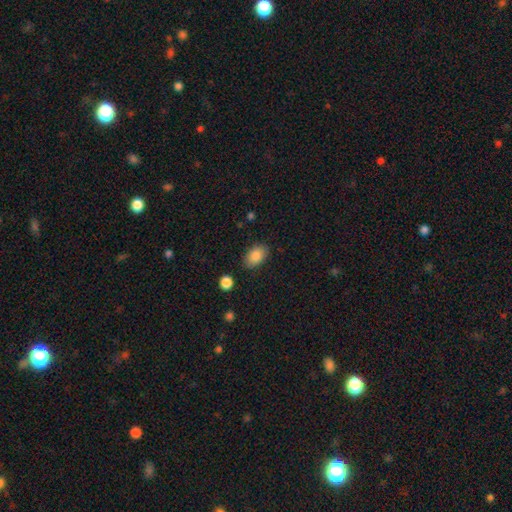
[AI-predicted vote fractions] Smooth or featured?
  - smooth: 86% *
  - star or artifact: 7%
  - featured or disk: 7%
How rounded?
  - in between: 88% *
  - round: 11%
  - cigar-shaped: 1%
Merging?
  - none: 84% *
  - minor disturbance: 12%
  - major disturbance: 3%
  - merger: 2%